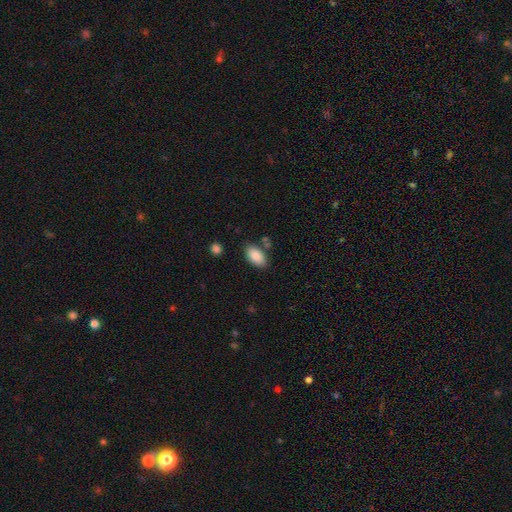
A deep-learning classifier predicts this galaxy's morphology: smooth 88%, star or artifact 7%, featured or disk 5%. Down the decision tree: how rounded — in between (94%); merging — none (78%).